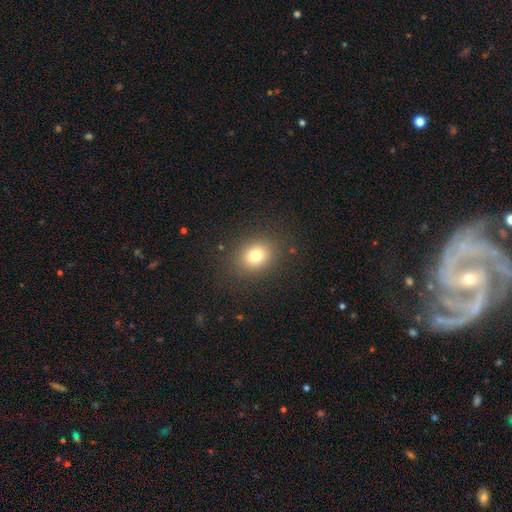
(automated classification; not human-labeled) This appears to be a smooth galaxy with no disk features (77%) that is round (65%). Merging: none (87%).